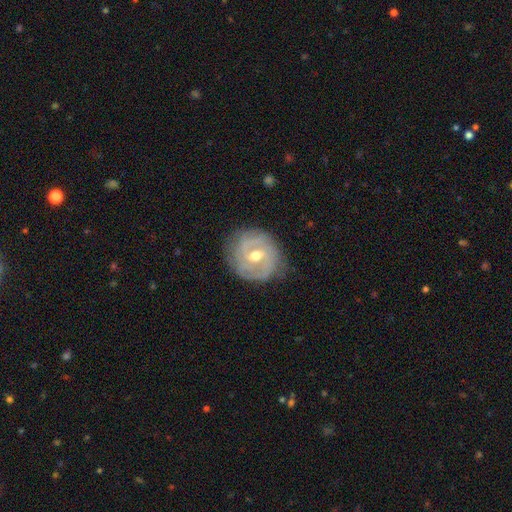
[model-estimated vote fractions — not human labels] smooth-or-featured: featured or disk: 83% | smooth: 12% | star or artifact: 5%
  disk-edge-on: no: 97% | yes: 3%
    bar: weak: 51% | no: 31% | strong: 18%
    has-spiral-arms: yes: 92% | no: 8%
      spiral-winding: tight: 65% | medium: 28% | loose: 7%
      spiral-arm-count: 2: 42% | can't tell: 24% | 3: 20% | 4: 5% | 1: 4% | more than 4: 4%
    bulge-size: moderate: 71% | small: 25% | large: 3% | none: 1% | dominant: 1%
  merging: none: 79% | minor disturbance: 15% | major disturbance: 5% | merger: 1%